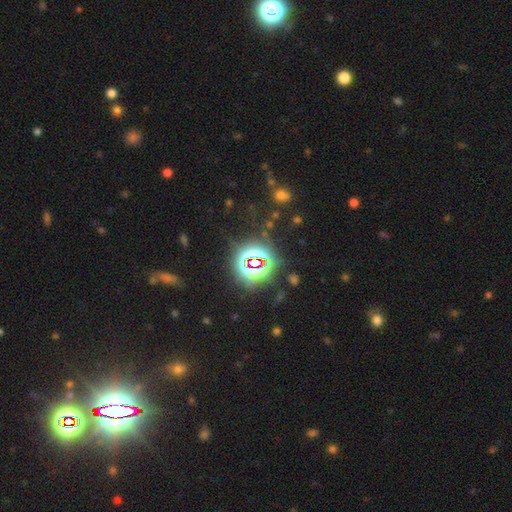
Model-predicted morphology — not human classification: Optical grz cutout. It shows a star or artifact, not a galaxy (80%).